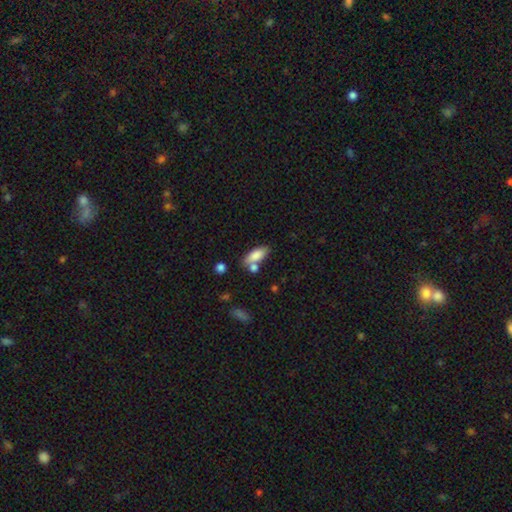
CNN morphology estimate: smooth-or-featured: smooth: 81% | featured or disk: 12% | star or artifact: 7%
  how-rounded: in between: 76% | cigar-shaped: 22% | round: 3%
  merging: none: 60% | merger: 20% | minor disturbance: 15% | major disturbance: 4%